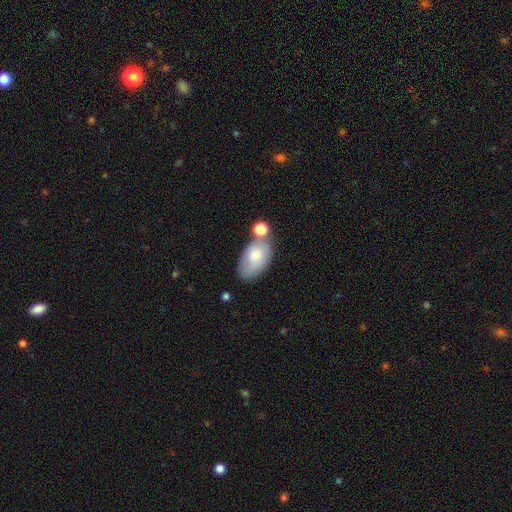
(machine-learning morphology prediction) A smooth galaxy with no disk features (67%) that is in between round and cigar-shaped (91%). Merging: none (49%).